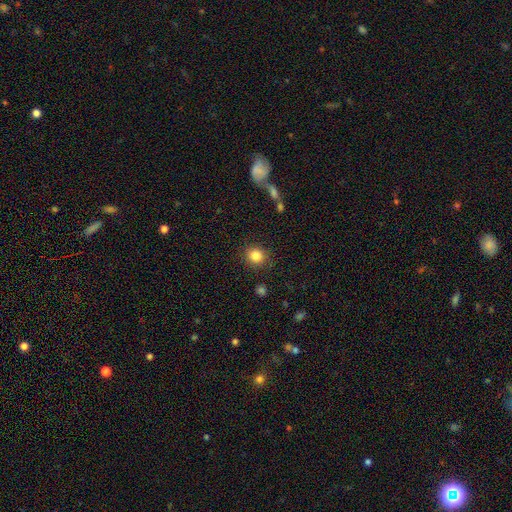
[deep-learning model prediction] smooth-or-featured: smooth: 84% | star or artifact: 10% | featured or disk: 5%
  how-rounded: round: 85% | in between: 14% | cigar-shaped: 1%
  merging: none: 87% | minor disturbance: 8% | major disturbance: 3% | merger: 2%